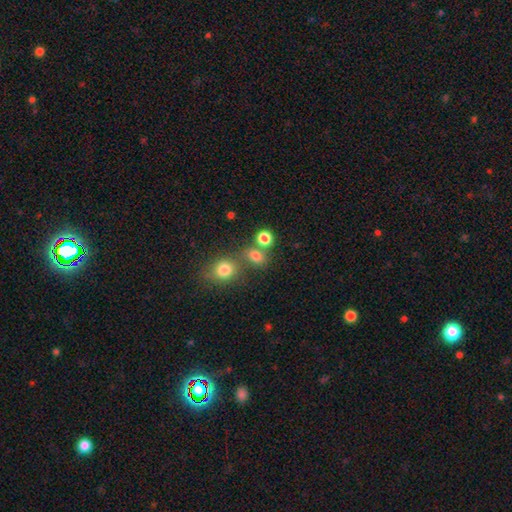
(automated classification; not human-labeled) Overall: smooth (75%). How rounded: round (62%; in between 37%). Merging: none (55%; merger 29%).